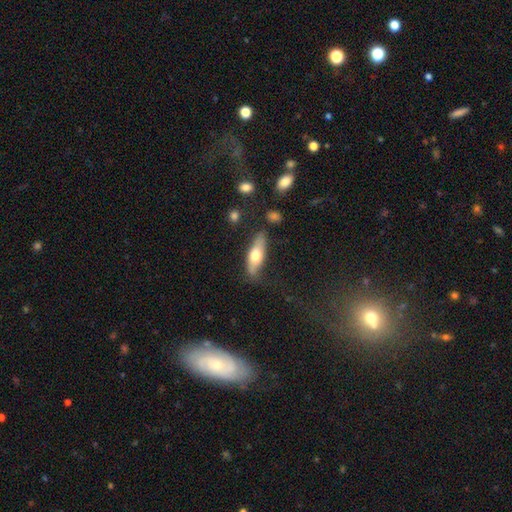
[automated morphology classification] Smooth or featured: smooth — 59% (featured or disk — 35%)
How rounded: in between — 57% (cigar-shaped — 40%)
Merging: none — 72% (minor disturbance — 20%)